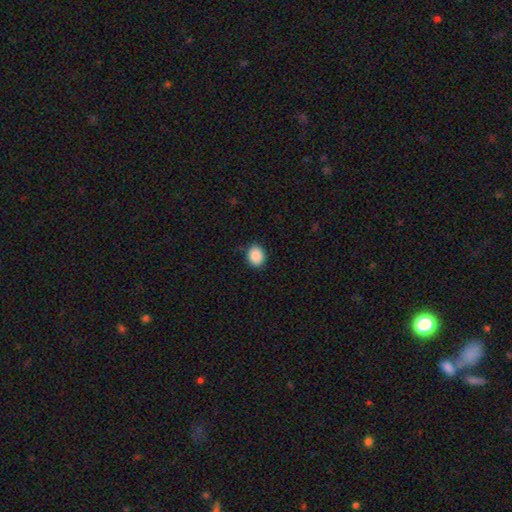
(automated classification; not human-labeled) A smooth galaxy with no disk features (89%) that is round (52%).

Vote fractions:
- Smooth or featured? smooth: 89% / star or artifact: 8% / featured or disk: 3%
- How rounded? round: 52% / in between: 47% / cigar-shaped: 1%
- Merging? none: 86% / minor disturbance: 11% / major disturbance: 2% / merger: 1%